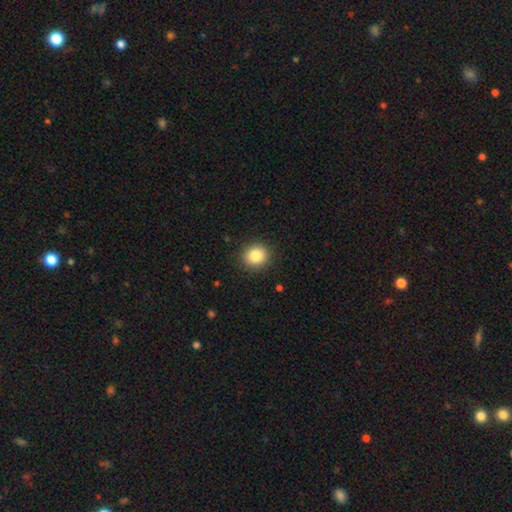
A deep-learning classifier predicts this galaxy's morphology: Smooth or featured? Predicted: smooth (p=0.84). How rounded? Predicted: round (p=0.84). Merging? Predicted: none (p=0.90).